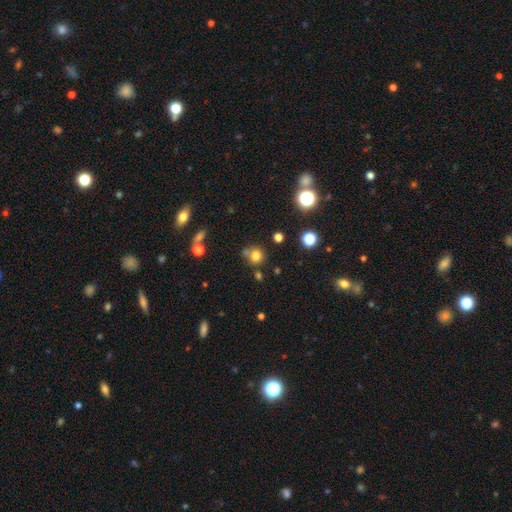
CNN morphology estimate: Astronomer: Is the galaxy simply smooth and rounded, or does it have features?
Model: smooth — 76%.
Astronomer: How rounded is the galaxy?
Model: round — 85%.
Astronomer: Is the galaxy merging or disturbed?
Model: none — 63%.